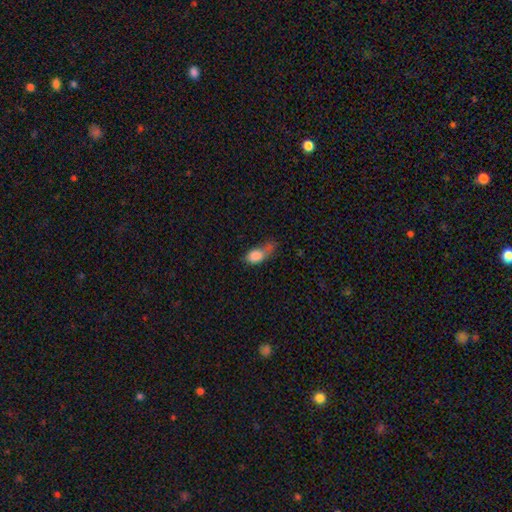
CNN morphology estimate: This is likely a smooth galaxy (79%). How rounded: clearly in between (83%). Merging: marginally major disturbance (37%).